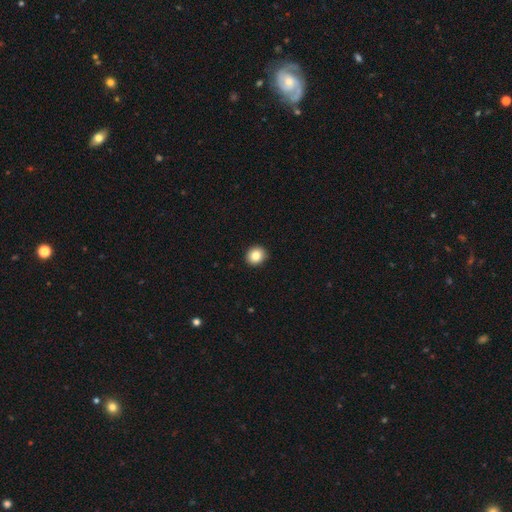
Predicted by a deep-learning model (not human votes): This appears to be a smooth galaxy with no disk features (84%) that is round (83%). Merging: none (92%).